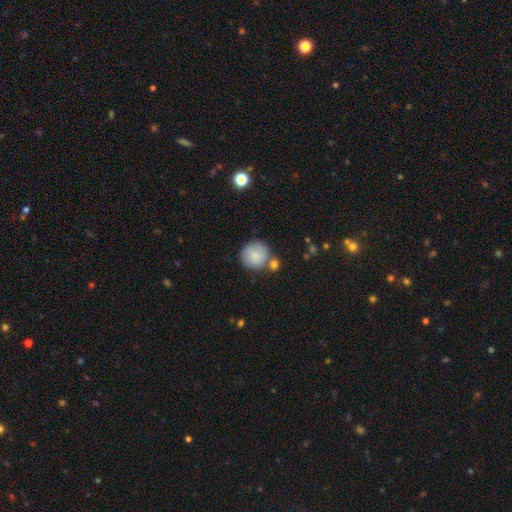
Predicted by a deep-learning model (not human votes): smooth-or-featured: smooth: 83% | featured or disk: 10% | star or artifact: 7%
  how-rounded: round: 93% | in between: 6% | cigar-shaped: 1%
  merging: none: 67% | merger: 16% | minor disturbance: 13% | major disturbance: 4%